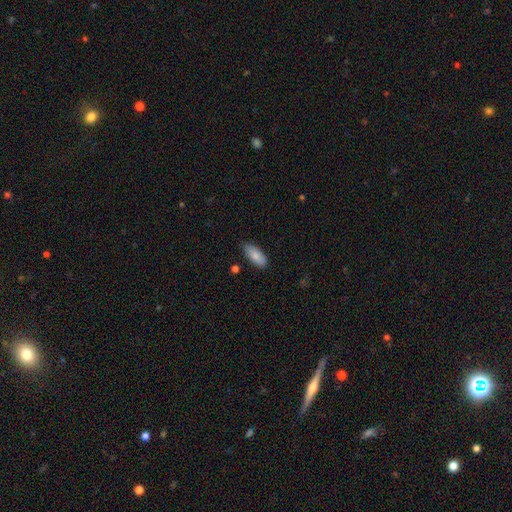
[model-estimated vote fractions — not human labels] A smooth galaxy with no disk features (84%) that is in between round and cigar-shaped (82%).

Vote fractions:
- Smooth or featured? smooth: 84% / featured or disk: 10% / star or artifact: 6%
- How rounded? in between: 82% / cigar-shaped: 16% / round: 2%
- Merging? none: 81% / minor disturbance: 15% / major disturbance: 2% / merger: 2%